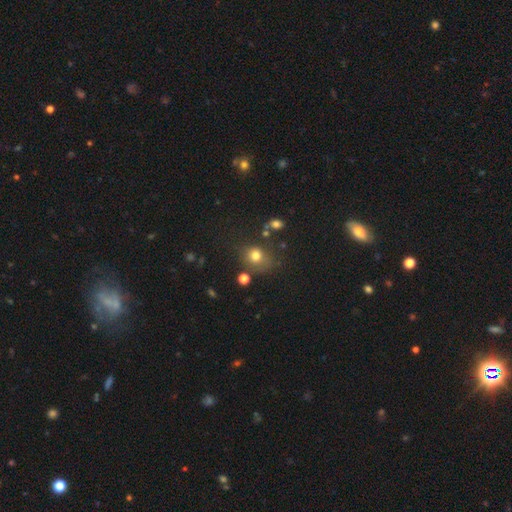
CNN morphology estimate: Smooth or featured? smooth (75%)
How rounded? round (70%)
Merging? none (63%)